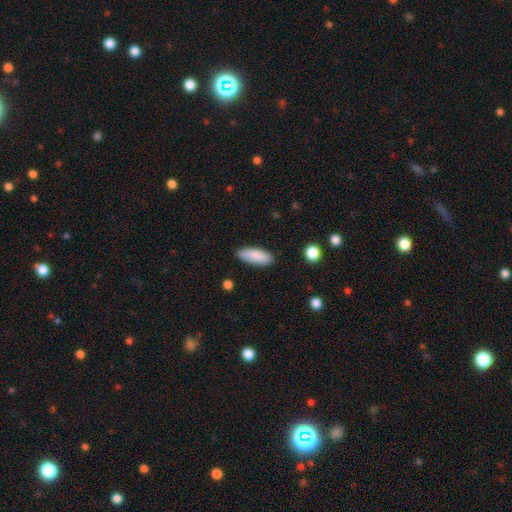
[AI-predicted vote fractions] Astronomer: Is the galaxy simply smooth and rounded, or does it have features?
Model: smooth — 88%.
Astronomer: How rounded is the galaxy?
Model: in between — 74%.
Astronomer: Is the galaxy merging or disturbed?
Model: none — 84%.